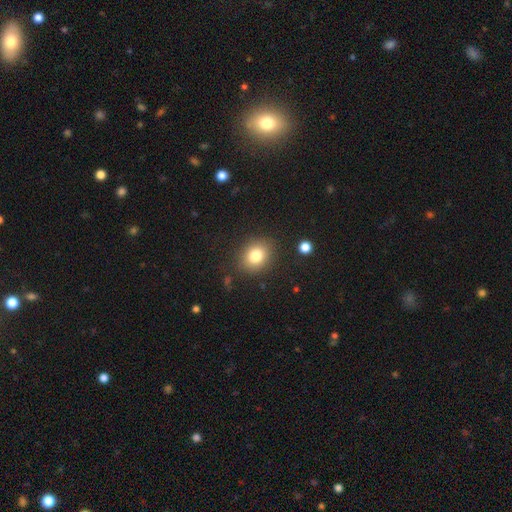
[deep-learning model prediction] Smooth or featured? smooth (81%)
How rounded? round (62%)
Merging? none (86%)